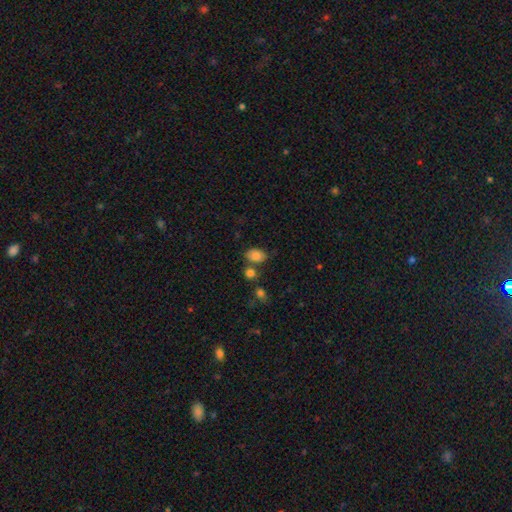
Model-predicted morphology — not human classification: A smooth galaxy with no disk features (83%) that is in between round and cigar-shaped (78%). Merging: none (61%).